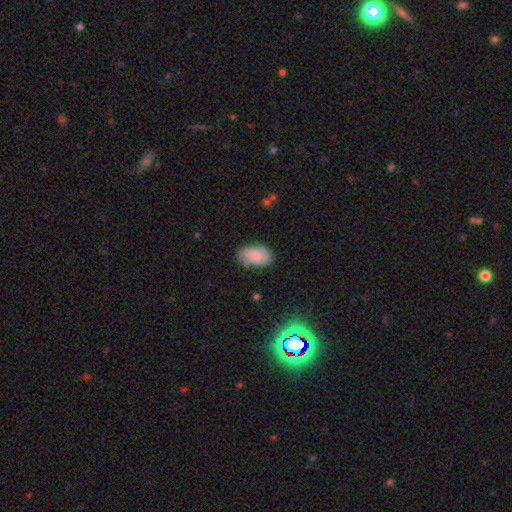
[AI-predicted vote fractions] This appears to be a smooth galaxy with no disk features (73%) that is in between round and cigar-shaped (92%). Merging: none (73%).